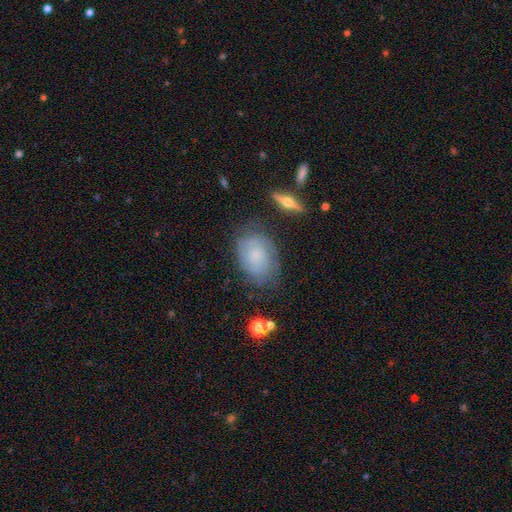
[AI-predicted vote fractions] Morphology: type=featured or disk (47%); merging=none (66%).